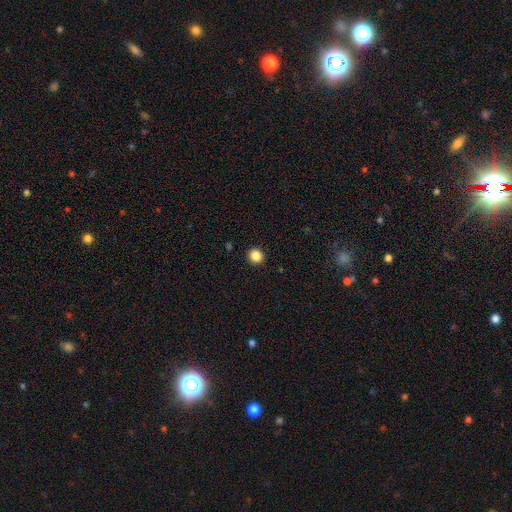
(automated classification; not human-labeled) Smooth or featured? smooth (86%)
How rounded? round (93%)
Merging? none (93%)